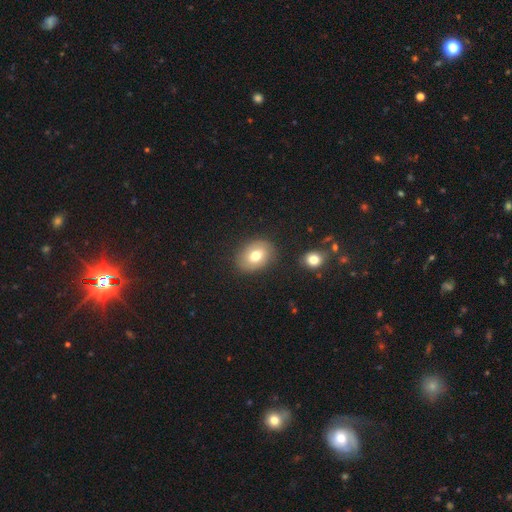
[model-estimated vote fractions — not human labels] Morphology: type=smooth (72%); roundness=in between (67%); merging=none (84%).